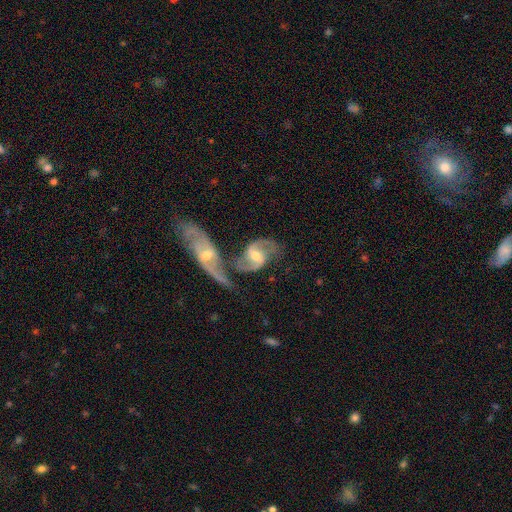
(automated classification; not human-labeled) This appears to be a featured or disk galaxy (86%) with a weak bar (54%), 2 (91%) medium (45%) spiral arms (95%) and a moderate central bulge (64%). Merging: merger (46%).